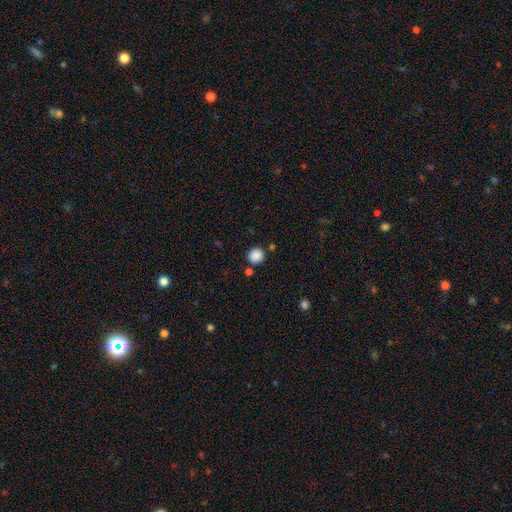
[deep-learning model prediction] Q: Smooth or featured?
A: smooth (87%); runner-up: star or artifact (10%)
Q: How rounded?
A: round (92%); runner-up: in between (7%)
Q: Merging?
A: none (84%); runner-up: minor disturbance (7%)